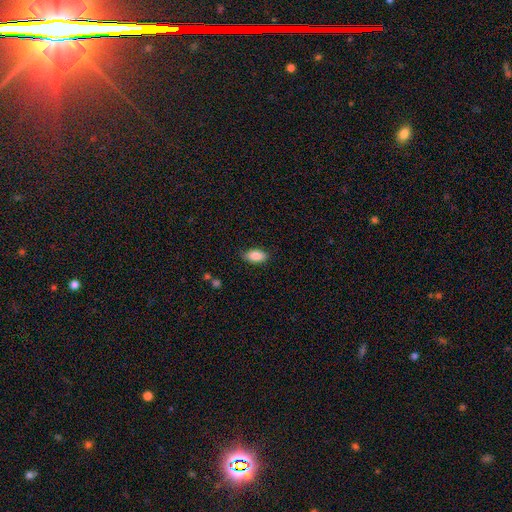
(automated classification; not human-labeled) This is clearly a smooth galaxy (88%). How rounded: clearly in between (91%). Merging: clearly none (84%).